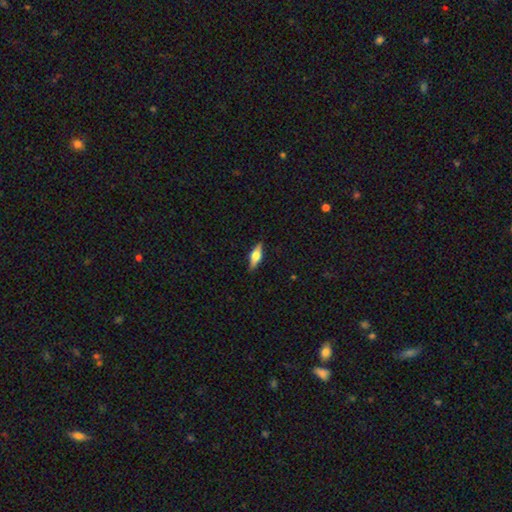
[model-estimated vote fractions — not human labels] Smooth or featured? Predicted: featured or disk (p=0.54). Edge-on disk? Predicted: yes (p=0.94). Edge-on bulge? Predicted: rounded (p=0.93). Merging? Predicted: none (p=0.88).